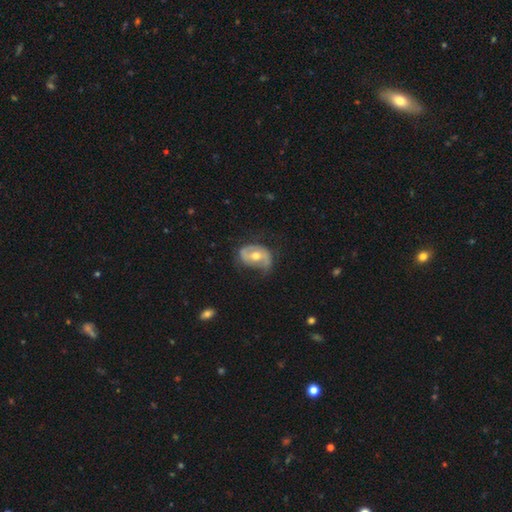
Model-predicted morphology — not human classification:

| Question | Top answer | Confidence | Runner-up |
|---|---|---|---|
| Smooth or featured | featured or disk | 67% | smooth (28%) |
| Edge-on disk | no | 96% | yes (4%) |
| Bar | no | 50% | weak (34%) |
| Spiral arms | yes | 70% | no (30%) |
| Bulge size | moderate | 77% | small (14%) |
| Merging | none | 50% | minor disturbance (32%) |